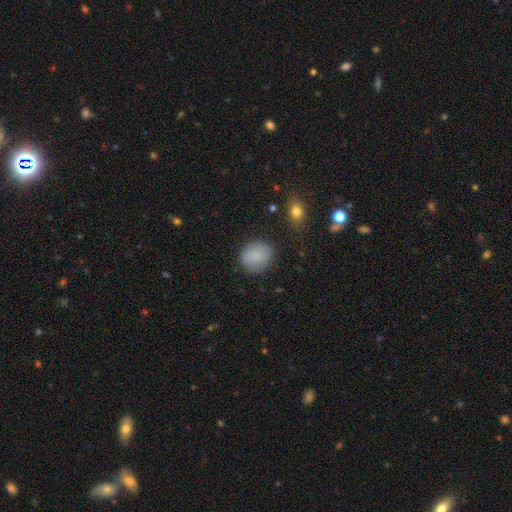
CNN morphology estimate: A smooth galaxy with no disk features (85%) that is round (68%).

Vote fractions:
- Smooth or featured? smooth: 85% / star or artifact: 8% / featured or disk: 7%
- How rounded? round: 68% / in between: 31% / cigar-shaped: 1%
- Merging? none: 81% / minor disturbance: 14% / major disturbance: 4% / merger: 1%